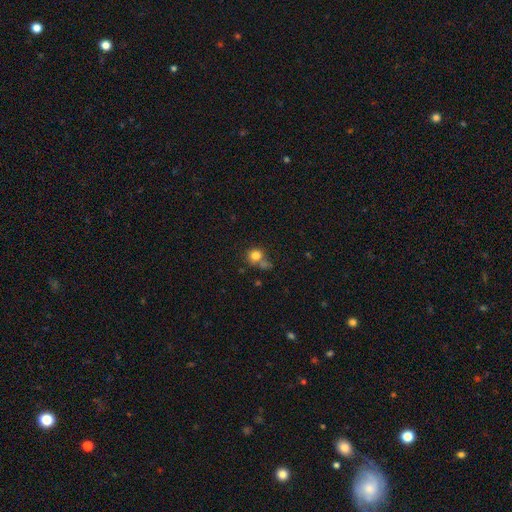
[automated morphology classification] Smooth or featured: smooth — 80% (star or artifact — 12%)
How rounded: round — 84% (in between — 15%)
Merging: none — 56% (merger — 22%)